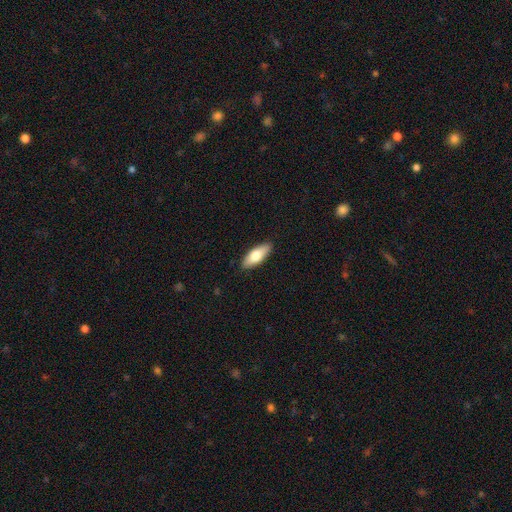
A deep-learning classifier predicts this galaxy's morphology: Overall: smooth (71%). How rounded: in between (74%). Merging: none (89%).